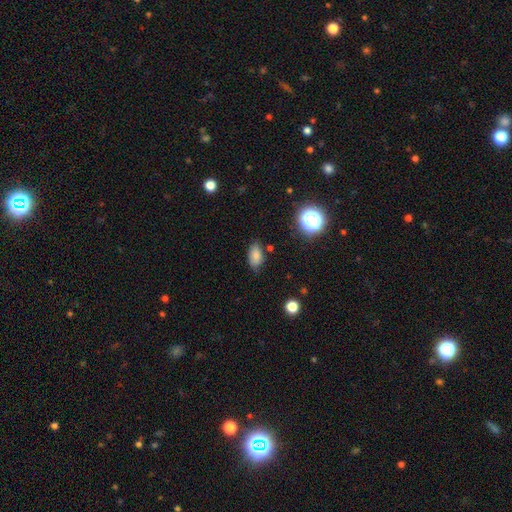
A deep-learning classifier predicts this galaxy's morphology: smooth 78%, star or artifact 12%, featured or disk 9%. Down the decision tree: how rounded — in between (89%); merging — none (74%).